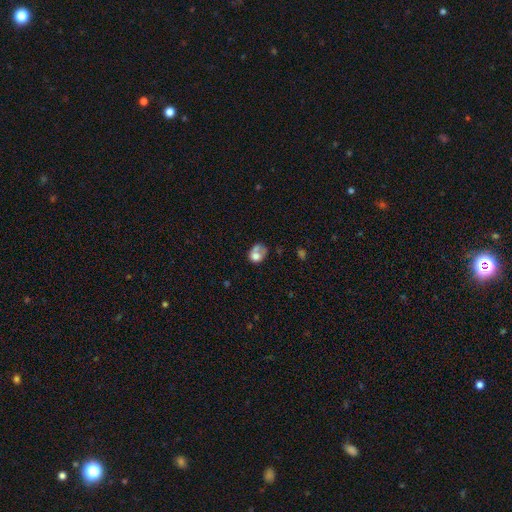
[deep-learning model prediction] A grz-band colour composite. It shows a smooth galaxy with no disk features (64%) that is in between round and cigar-shaped (52%). Merging: merger (34%).